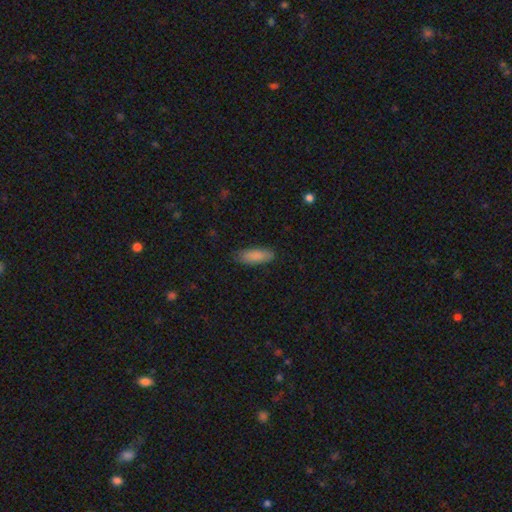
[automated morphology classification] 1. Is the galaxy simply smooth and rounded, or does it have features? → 88% smooth, 6% featured or disk, 6% star or artifact.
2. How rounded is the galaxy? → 65% in between, 33% cigar-shaped, 2% round.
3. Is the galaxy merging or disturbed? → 81% none, 15% minor disturbance, 3% major disturbance, 1% merger.